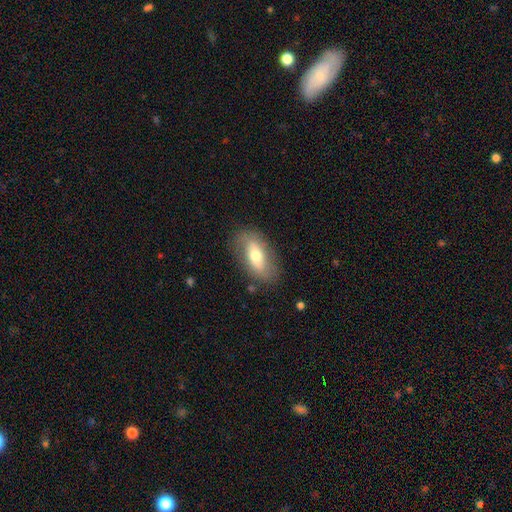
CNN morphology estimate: Smooth or featured: smooth — 55% (featured or disk — 38%)
How rounded: in between — 85% (cigar-shaped — 10%)
Merging: none — 79% (minor disturbance — 14%)